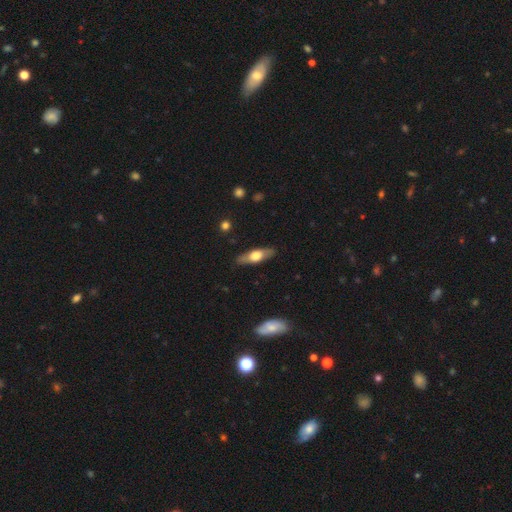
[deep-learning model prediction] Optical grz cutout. It shows a smooth galaxy with no disk features (49%). Merging: none (86%).